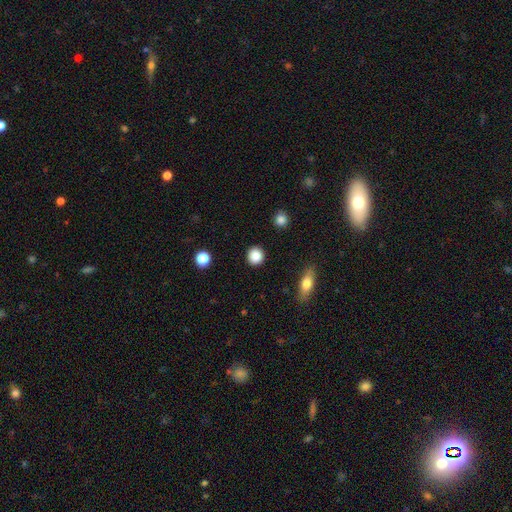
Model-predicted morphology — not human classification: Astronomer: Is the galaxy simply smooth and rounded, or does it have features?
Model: smooth — 87%.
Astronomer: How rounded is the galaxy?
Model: round — 91%.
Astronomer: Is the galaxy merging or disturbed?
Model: none — 92%.